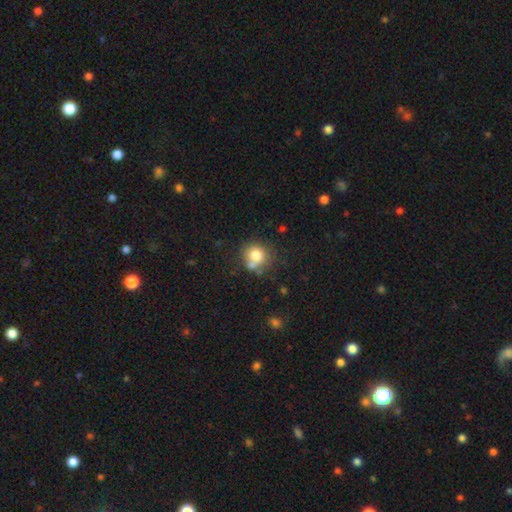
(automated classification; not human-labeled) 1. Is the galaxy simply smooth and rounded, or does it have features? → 76% smooth, 13% featured or disk, 11% star or artifact.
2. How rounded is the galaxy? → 82% round, 18% in between, 1% cigar-shaped.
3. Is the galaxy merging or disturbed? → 59% none, 18% merger, 17% minor disturbance, 6% major disturbance.